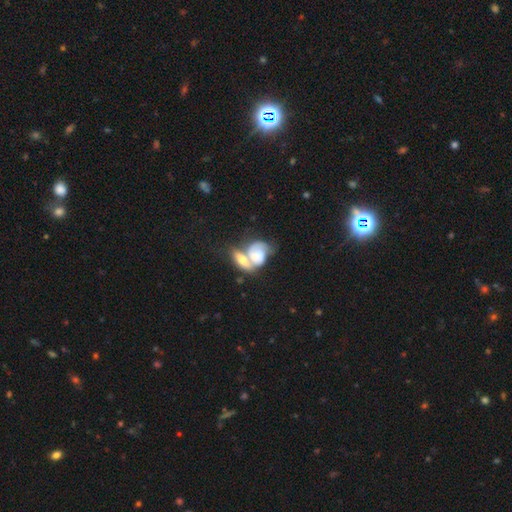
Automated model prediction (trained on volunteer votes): A featured or disk galaxy (58%) with no bar (71%), spiral arms (74%) and a moderate central bulge (29%).

Vote fractions:
- Smooth or featured? featured or disk: 58% / smooth: 35% / star or artifact: 7%
- Edge-on disk? no: 94% / yes: 6%
- Bar? no: 71% / weak: 22% / strong: 7%
- Spiral arms? yes: 74% / no: 26%
- Bulge size? moderate: 29% / small: 26% / none: 20% / large: 19% / dominant: 5%
- Merging? merger: 67% / none: 16% / major disturbance: 9% / minor disturbance: 9%